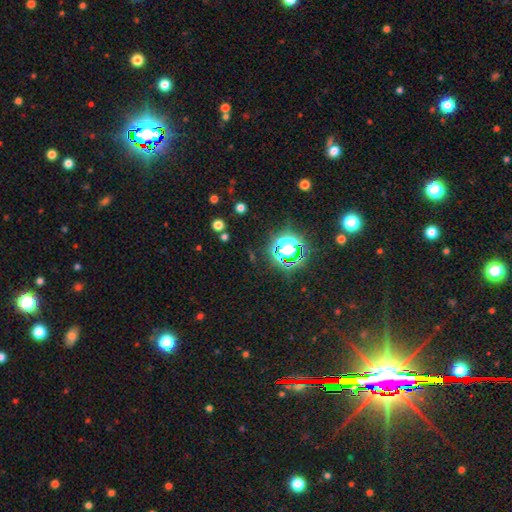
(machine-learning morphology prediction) smooth_or_featured: star or artifact (p=0.77) [alt: smooth p=0.15]